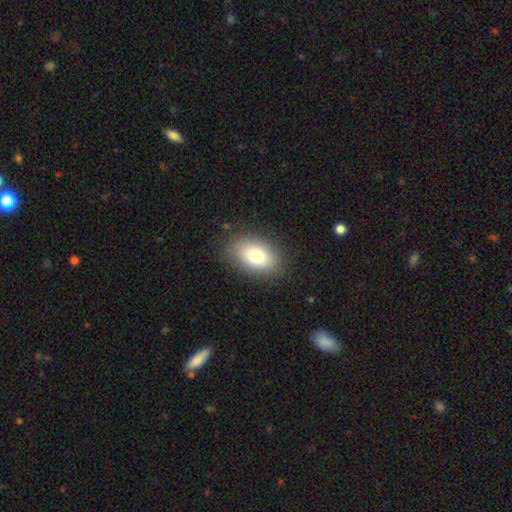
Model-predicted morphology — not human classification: type=smooth (78%); roundness=in between (87%); merging=none (85%).